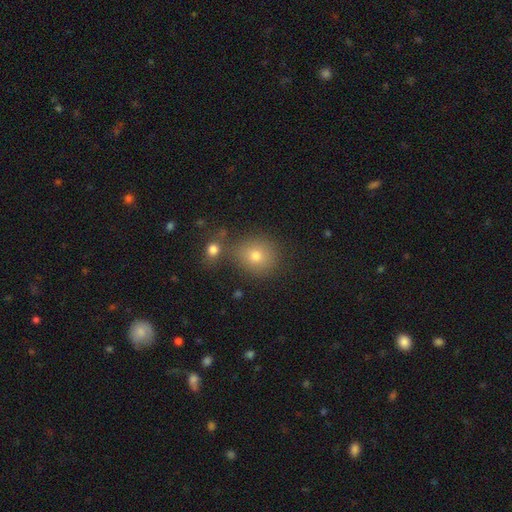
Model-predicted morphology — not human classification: Smooth or featured?
  - smooth: 75% *
  - star or artifact: 15%
  - featured or disk: 10%
How rounded?
  - round: 82% *
  - in between: 17%
  - cigar-shaped: 1%
Merging?
  - none: 71% *
  - merger: 14%
  - minor disturbance: 10%
  - major disturbance: 4%